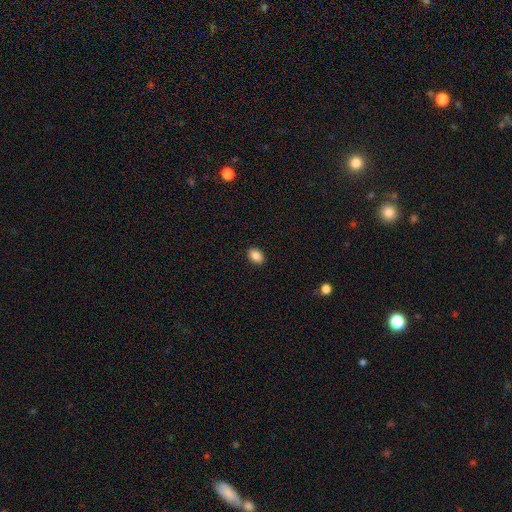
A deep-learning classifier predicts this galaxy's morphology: A smooth galaxy with no disk features (87%) that is in between round and cigar-shaped (81%). Merging: none (90%).